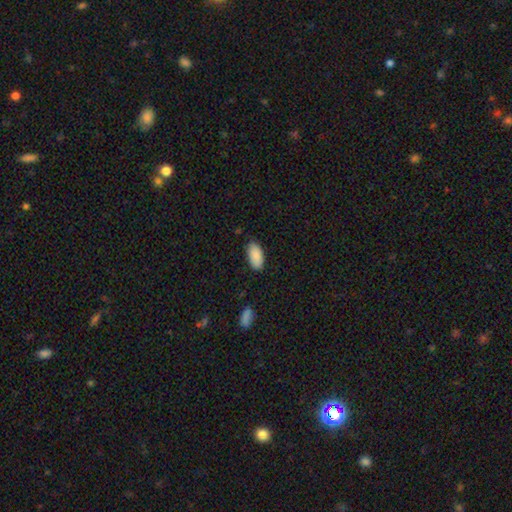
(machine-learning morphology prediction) smooth_or_featured: smooth (p=0.89) [alt: star or artifact p=0.06]
how_rounded: in between (p=0.93) [alt: cigar-shaped p=0.05]
merging: none (p=0.83) [alt: minor disturbance p=0.13]